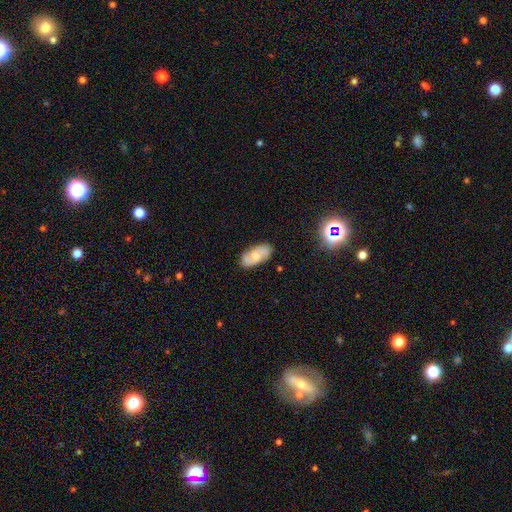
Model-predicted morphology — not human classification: Smooth or featured: featured or disk — 56% (smooth — 36%)
Edge-on disk: no — 94% (yes — 6%)
Bar: no — 62% (weak — 33%)
Spiral arms: yes — 92% (no — 8%)
Bulge size: small — 44% (moderate — 35%)
Merging: none — 81% (minor disturbance — 14%)